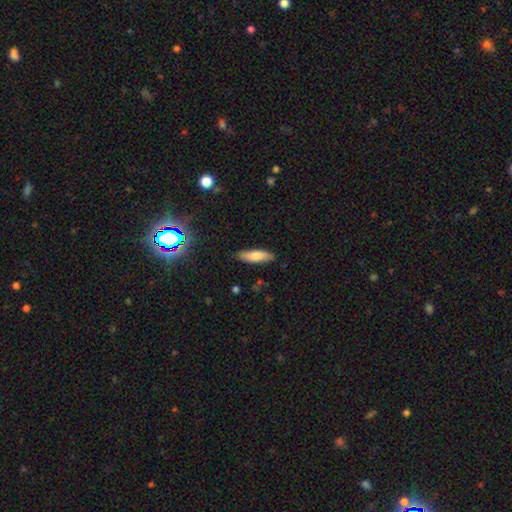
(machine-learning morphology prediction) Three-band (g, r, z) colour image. It shows a smooth galaxy with no disk features (74%) that is cigar-shaped (59%). Merging: none (86%).